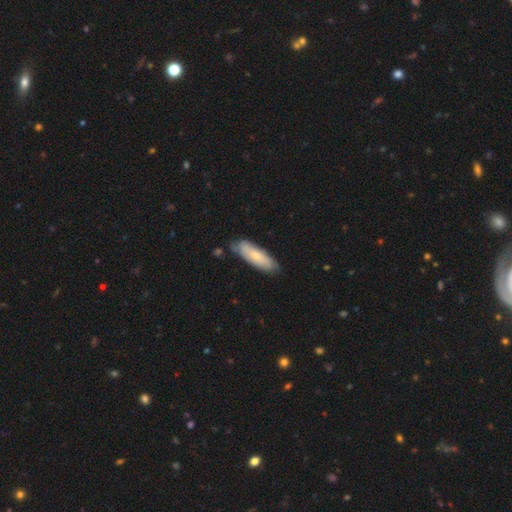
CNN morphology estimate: smooth_or_featured: smooth (p=0.68) [alt: featured or disk p=0.27]
how_rounded: cigar-shaped (p=0.51) [alt: in between p=0.48]
merging: none (p=0.74) [alt: minor disturbance p=0.19]